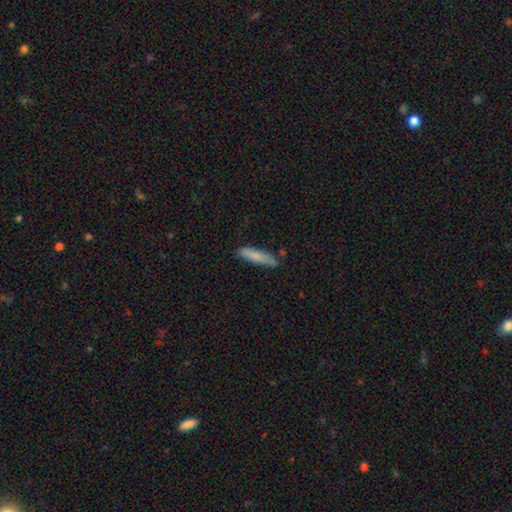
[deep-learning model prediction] Morphology: type=smooth (79%); roundness=cigar-shaped (82%); merging=none (76%).